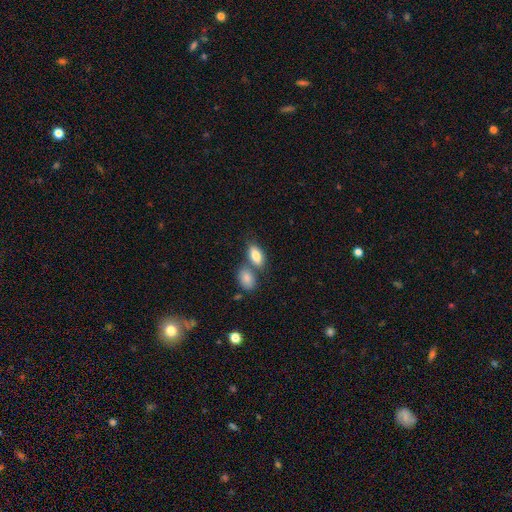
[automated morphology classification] type=smooth (84%); roundness=in between (89%); merging=none (50%).